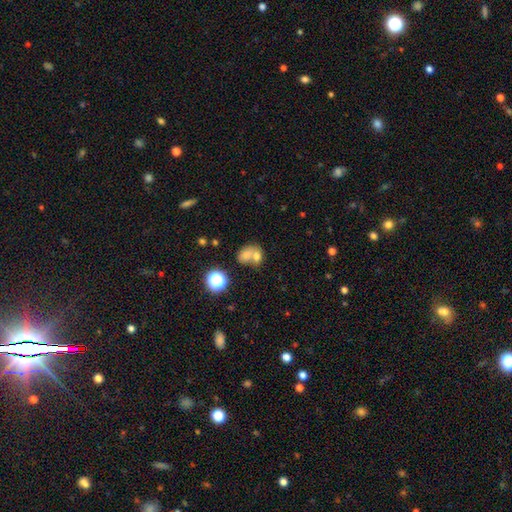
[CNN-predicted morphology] Smooth or featured? Predicted: smooth (p=0.69). How rounded? Predicted: in between (p=0.58). Merging? Predicted: merger (p=0.64).